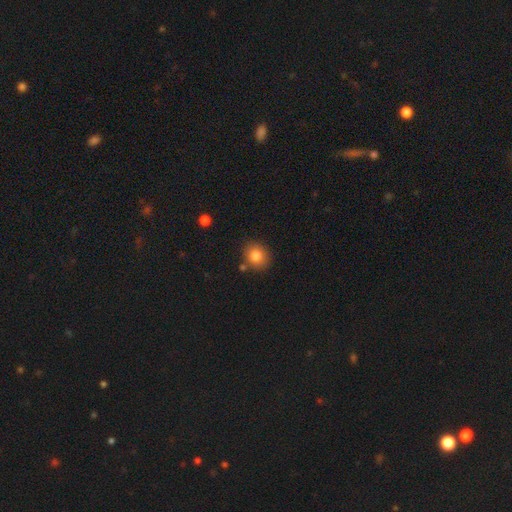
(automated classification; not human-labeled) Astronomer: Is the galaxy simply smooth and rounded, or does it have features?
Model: smooth — 82%.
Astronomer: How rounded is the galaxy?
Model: round — 76%.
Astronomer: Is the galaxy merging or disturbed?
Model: none — 80%.